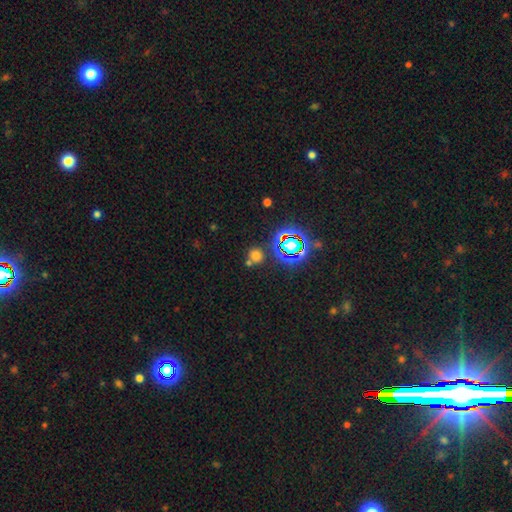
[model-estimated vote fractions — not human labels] smooth-or-featured: smooth: 61% | star or artifact: 32% | featured or disk: 7%
  how-rounded: round: 89% | in between: 9% | cigar-shaped: 1%
  merging: none: 69% | merger: 18% | minor disturbance: 9% | major disturbance: 4%